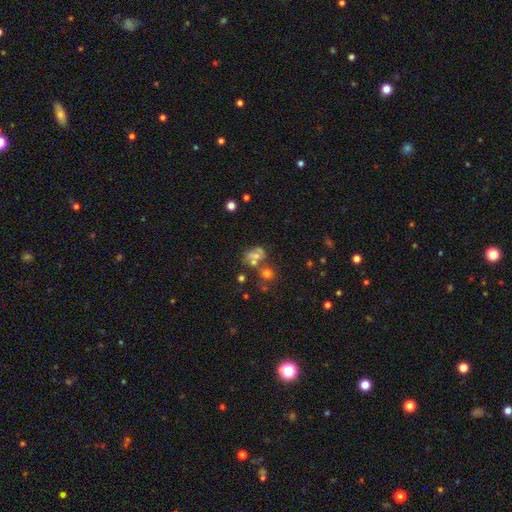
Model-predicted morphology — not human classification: A smooth galaxy with no disk features (44%).

Vote fractions:
- Smooth or featured? smooth: 44% / featured or disk: 29% / star or artifact: 27%
- Merging? none: 40% / merger: 37% / minor disturbance: 13% / major disturbance: 11%